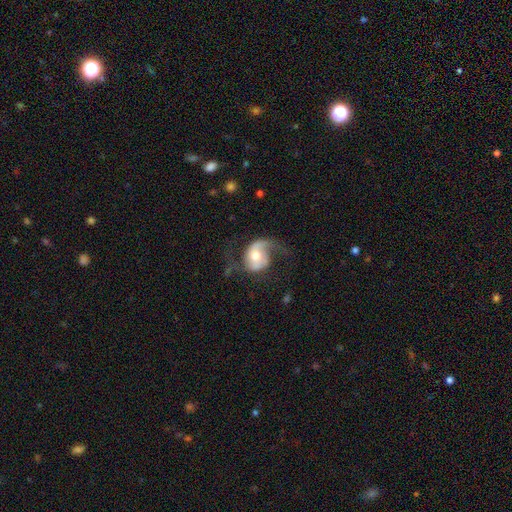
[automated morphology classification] This is likely a featured or disk galaxy (75%). It is clearly not viewed edge-on (97%). Bar: possibly no (55%). Spiral arm pattern: clearly yes (91%). Spiral arm count: likely 2 (73%). Spiral winding: possibly loose (60%). Central bulge: likely moderate (70%). Merging: possibly none (51%).